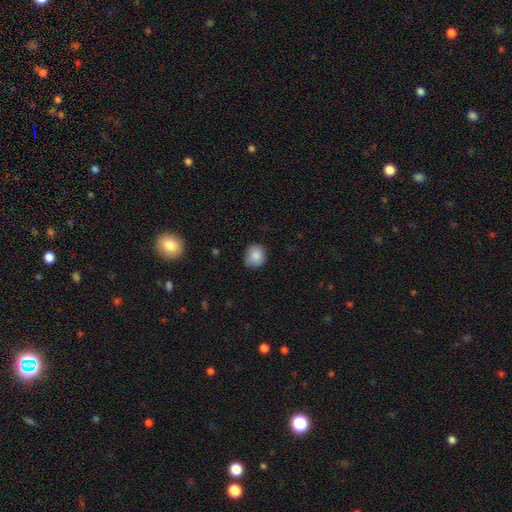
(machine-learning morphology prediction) Smooth or featured?
  - smooth: 85% *
  - star or artifact: 8%
  - featured or disk: 6%
How rounded?
  - round: 76% *
  - in between: 23%
  - cigar-shaped: 1%
Merging?
  - none: 75% *
  - minor disturbance: 21%
  - major disturbance: 3%
  - merger: 1%